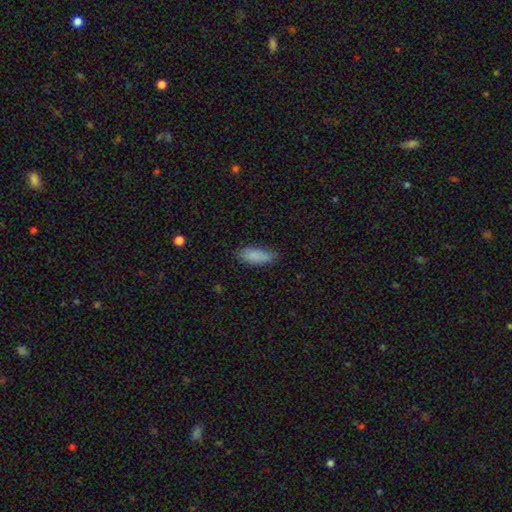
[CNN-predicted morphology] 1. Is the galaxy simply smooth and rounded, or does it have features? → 86% smooth, 7% star or artifact, 6% featured or disk.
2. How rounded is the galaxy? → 71% in between, 27% cigar-shaped, 2% round.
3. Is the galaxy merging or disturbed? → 75% none, 20% minor disturbance, 4% major disturbance, 1% merger.